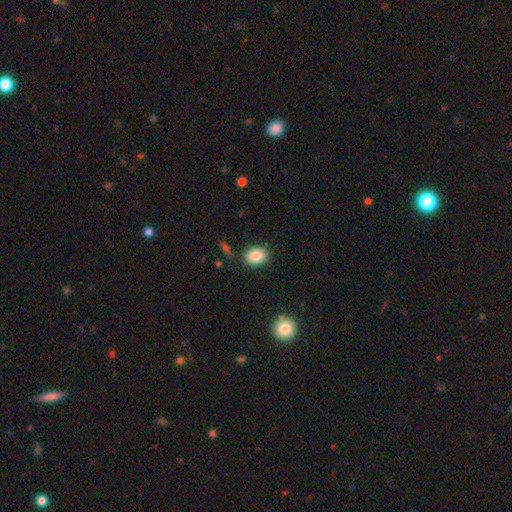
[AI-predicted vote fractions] Smooth or featured?
  - smooth: 86% *
  - star or artifact: 8%
  - featured or disk: 5%
How rounded?
  - in between: 64% *
  - round: 35%
  - cigar-shaped: 1%
Merging?
  - none: 83% *
  - minor disturbance: 11%
  - major disturbance: 3%
  - merger: 3%